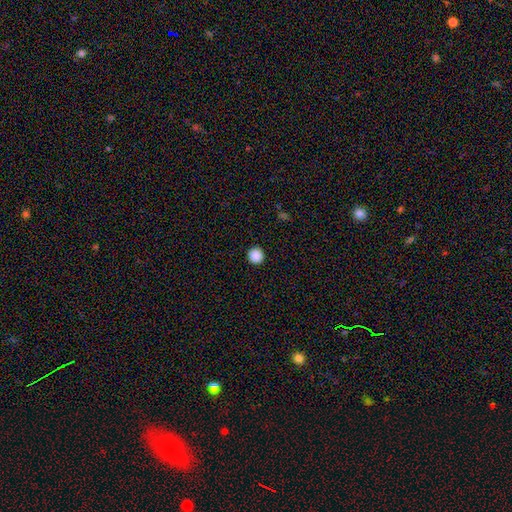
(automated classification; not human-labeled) Smooth or featured: smooth — 88% (star or artifact — 10%)
How rounded: round — 96% (in between — 3%)
Merging: none — 94% (minor disturbance — 4%)